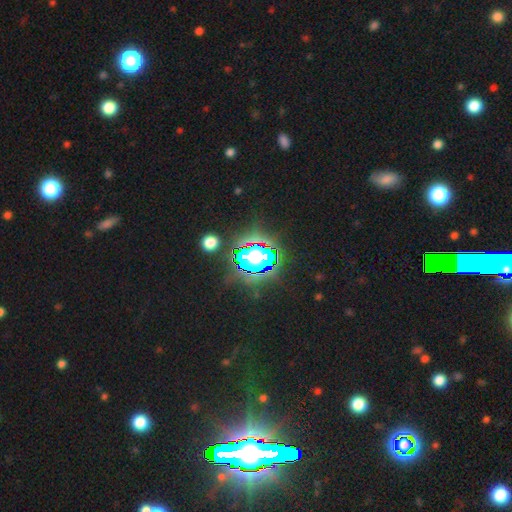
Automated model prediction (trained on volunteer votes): This is clearly a star or artifact rather than a galaxy (80%).